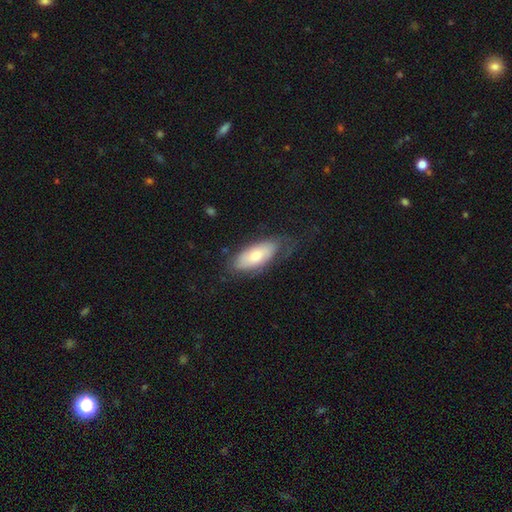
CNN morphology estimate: smooth_or_featured: smooth (p=0.62) [alt: featured or disk p=0.32]
how_rounded: in between (p=0.85) [alt: cigar-shaped p=0.13]
merging: none (p=0.58) [alt: minor disturbance p=0.26]